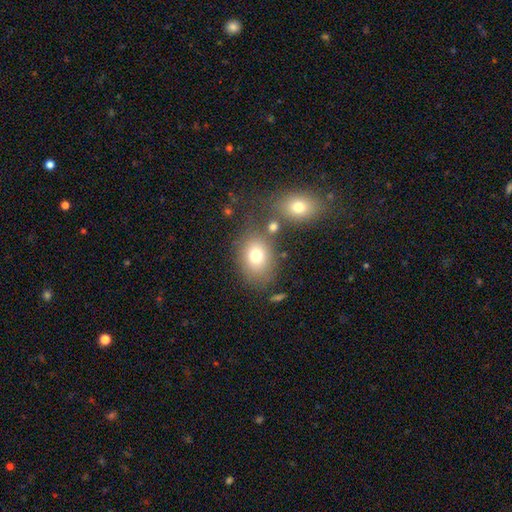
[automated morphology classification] Overall: smooth (74%). How rounded: in between (57%; round 42%). Merging: none (67%).